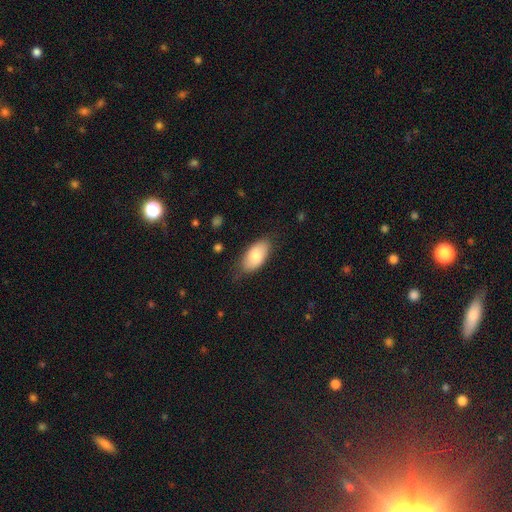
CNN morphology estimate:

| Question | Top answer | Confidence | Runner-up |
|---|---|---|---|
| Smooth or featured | smooth | 80% | featured or disk (14%) |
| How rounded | in between | 94% | cigar-shaped (3%) |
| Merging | none | 75% | minor disturbance (20%) |